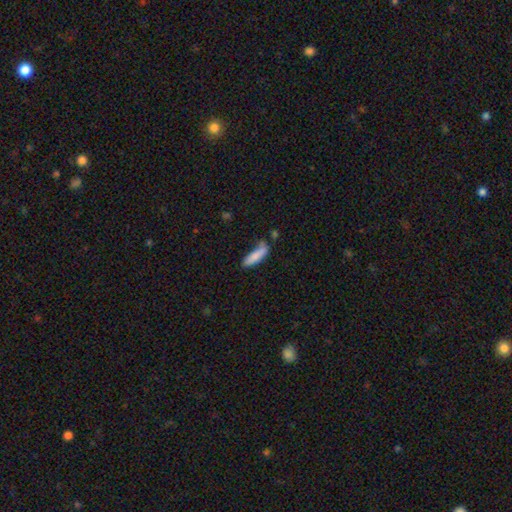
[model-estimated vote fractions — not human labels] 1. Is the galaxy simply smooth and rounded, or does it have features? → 81% smooth, 12% featured or disk, 7% star or artifact.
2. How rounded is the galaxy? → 64% cigar-shaped, 34% in between, 2% round.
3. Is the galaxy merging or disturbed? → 56% none, 27% minor disturbance, 9% merger, 8% major disturbance.